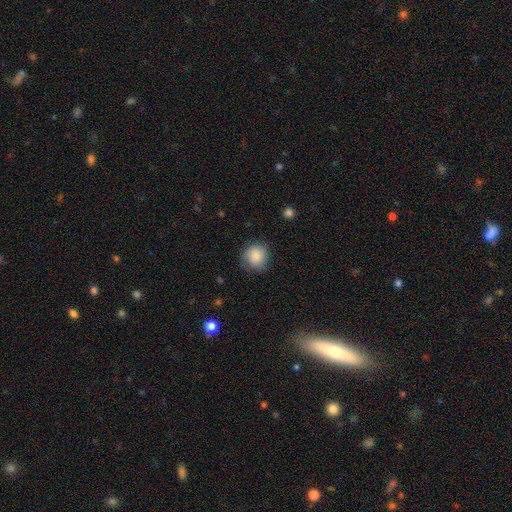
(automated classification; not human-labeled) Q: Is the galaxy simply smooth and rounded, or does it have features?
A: smooth — 88%.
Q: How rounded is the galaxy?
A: round — 86%.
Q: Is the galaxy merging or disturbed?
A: none — 77%.